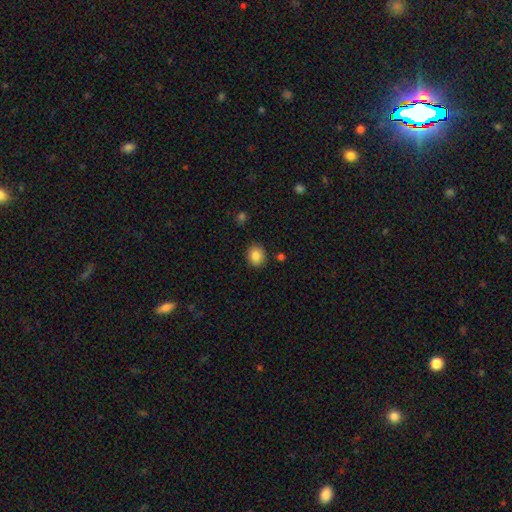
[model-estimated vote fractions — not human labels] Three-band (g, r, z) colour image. It shows a smooth galaxy with no disk features (86%) that is round (68%). Merging: none (87%).